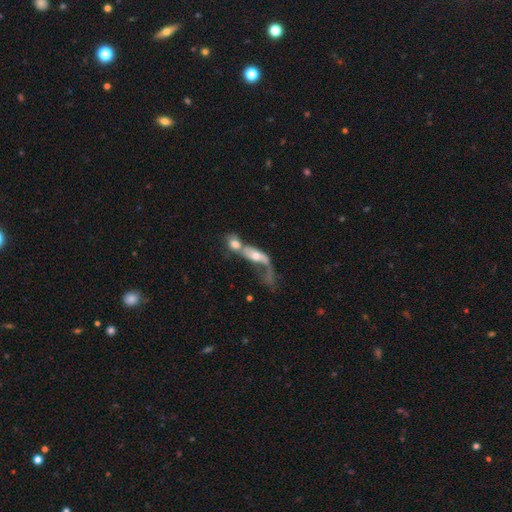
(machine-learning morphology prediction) This appears to be a featured or disk galaxy (53%). Merging: merger (70%).